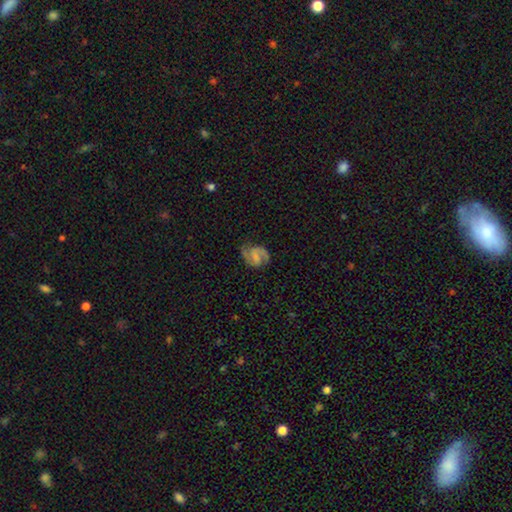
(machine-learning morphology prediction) Overall: featured or disk (76%). Edge-on disk: no (98%). Bar: weak (50%; no 28%). Spiral arms: yes (94%). Spiral arm count: 2 (89%). Spiral winding: medium (54%; loose 24%). Bulge size: none (52%; small 27%). Merging: none (71%).